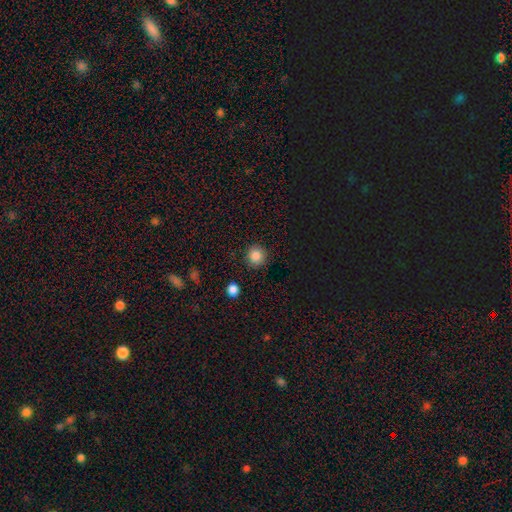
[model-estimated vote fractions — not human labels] smooth_or_featured: smooth (p=0.84) [alt: star or artifact p=0.12]
how_rounded: round (p=0.93) [alt: in between p=0.06]
merging: none (p=0.89) [alt: minor disturbance p=0.07]